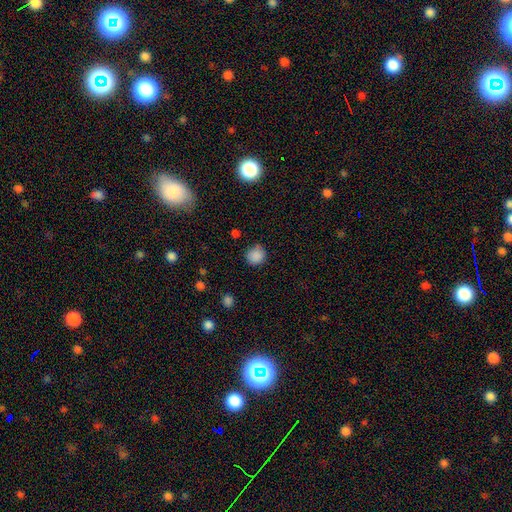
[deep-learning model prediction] A smooth galaxy with no disk features (87%) that is round (88%).

Vote fractions:
- Smooth or featured? smooth: 87% / star or artifact: 10% / featured or disk: 3%
- How rounded? round: 88% / in between: 11% / cigar-shaped: 1%
- Merging? none: 83% / minor disturbance: 12% / major disturbance: 3% / merger: 2%